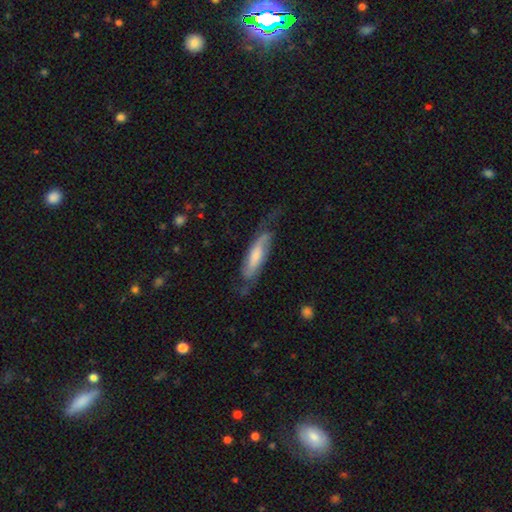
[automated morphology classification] Smooth or featured? featured or disk (60%)
Edge-on disk? no (74%)
Merging? none (58%)